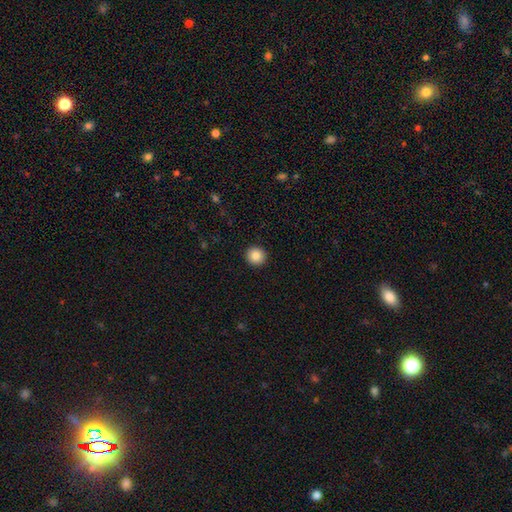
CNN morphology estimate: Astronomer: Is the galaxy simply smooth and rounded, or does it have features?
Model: smooth — 87%.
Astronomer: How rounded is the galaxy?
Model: round — 90%.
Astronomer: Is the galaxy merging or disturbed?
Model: none — 93%.